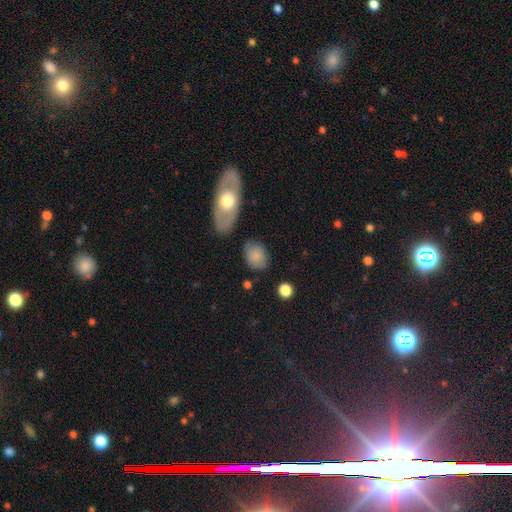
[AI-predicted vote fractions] smooth_or_featured: smooth (p=0.80) [alt: featured or disk p=0.13]
how_rounded: in between (p=0.75) [alt: round p=0.23]
merging: none (p=0.75) [alt: minor disturbance p=0.16]